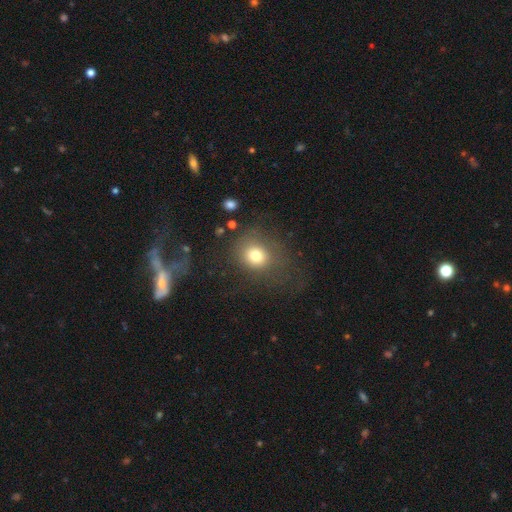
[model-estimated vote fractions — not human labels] This appears to be a smooth galaxy with no disk features (75%) that is round (77%). Merging: none (59%).